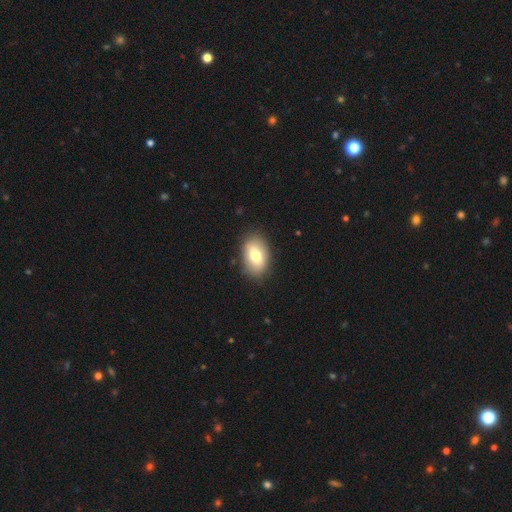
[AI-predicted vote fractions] Smooth or featured?
  - smooth: 72% *
  - featured or disk: 20%
  - star or artifact: 7%
How rounded?
  - in between: 88% *
  - round: 11%
  - cigar-shaped: 1%
Merging?
  - none: 84% *
  - minor disturbance: 12%
  - major disturbance: 3%
  - merger: 1%